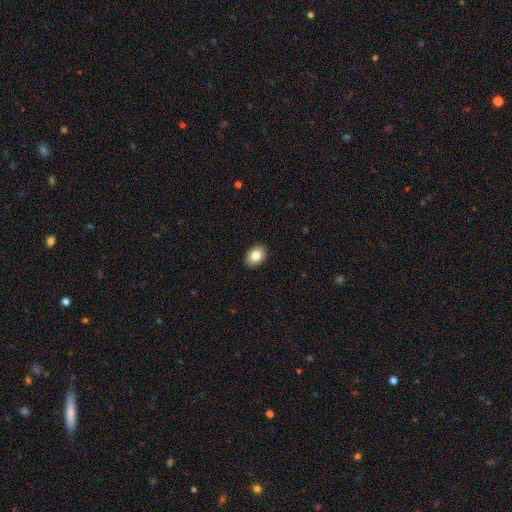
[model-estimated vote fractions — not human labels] Q: Smooth or featured?
A: smooth (84%); runner-up: star or artifact (9%)
Q: How rounded?
A: in between (74%); runner-up: round (25%)
Q: Merging?
A: none (91%); runner-up: minor disturbance (7%)